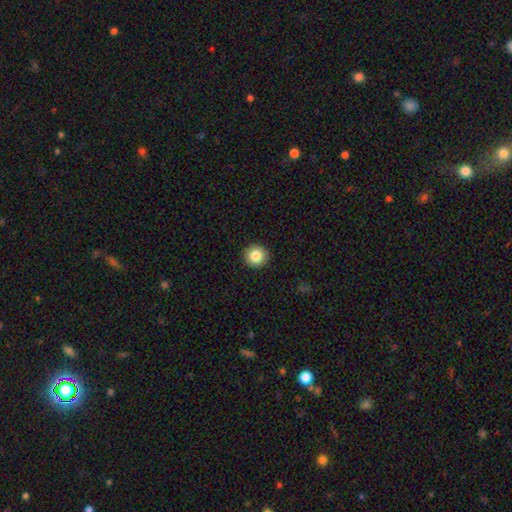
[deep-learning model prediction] This is clearly a smooth galaxy (84%). How rounded: clearly round (93%). Merging: clearly none (93%).